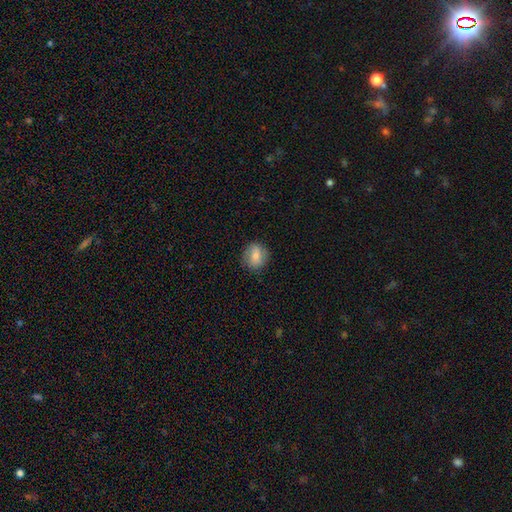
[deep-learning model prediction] A smooth galaxy with no disk features (68%) that is round (70%).

Vote fractions:
- Smooth or featured? smooth: 68% / featured or disk: 24% / star or artifact: 8%
- How rounded? round: 70% / in between: 28% / cigar-shaped: 1%
- Merging? none: 81% / minor disturbance: 14% / major disturbance: 4% / merger: 1%